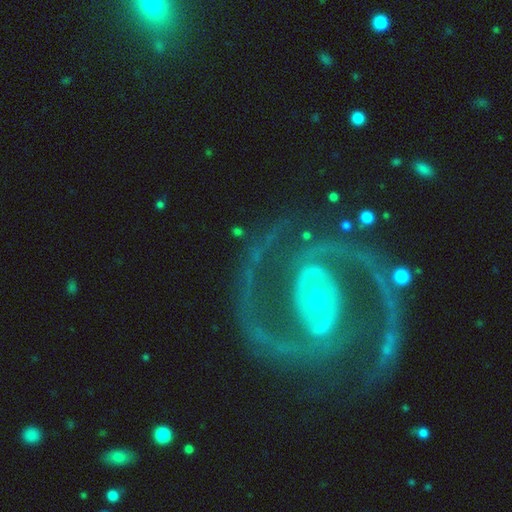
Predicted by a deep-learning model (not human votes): A featured or disk galaxy (90%) with no bar (50%), 2 (83%) medium (46%) spiral arms (93%) and a moderate central bulge (47%).

Vote fractions:
- Smooth or featured? featured or disk: 90% / star or artifact: 5% / smooth: 5%
- Edge-on disk? no: 97% / yes: 3%
- Bar? no: 50% / weak: 26% / strong: 23%
- Spiral arms? yes: 93% / no: 7%
- Spiral winding? medium: 46% / tight: 40% / loose: 14%
- Spiral arm count? 2: 83% / can't tell: 5% / 3: 4% / 1: 3% / 4: 3% / more than 4: 3%
- Bulge size? moderate: 47% / small: 46% / large: 4% / dominant: 1% / none: 1%
- Merging? none: 72% / minor disturbance: 13% / major disturbance: 12% / merger: 3%